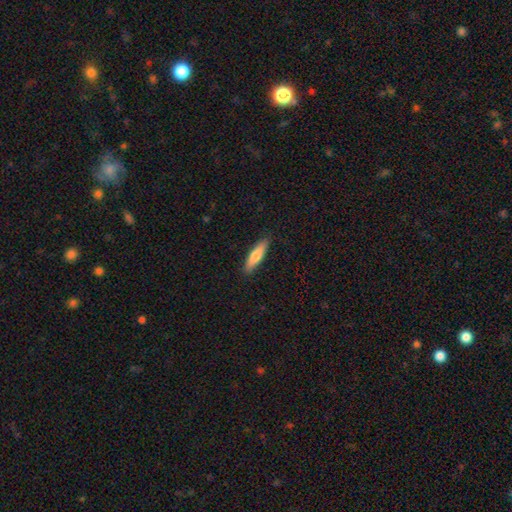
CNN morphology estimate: Q: Smooth or featured?
A: smooth (75%); runner-up: featured or disk (20%)
Q: How rounded?
A: cigar-shaped (74%); runner-up: in between (24%)
Q: Merging?
A: none (89%); runner-up: minor disturbance (8%)